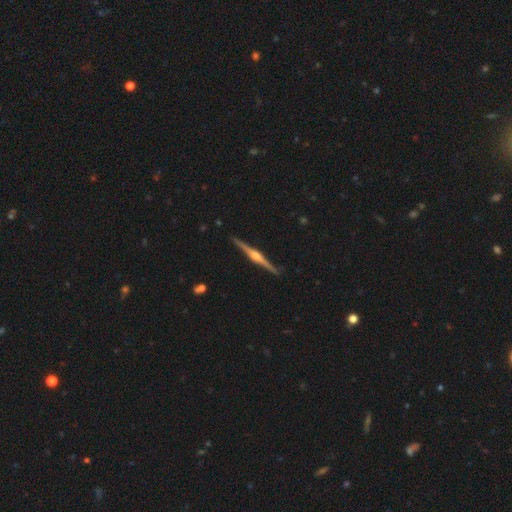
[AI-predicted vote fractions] Smooth or featured? Predicted: featured or disk (p=0.87). Edge-on disk? Predicted: yes (p=0.99). Edge-on bulge? Predicted: rounded (p=0.89). Merging? Predicted: none (p=0.92).